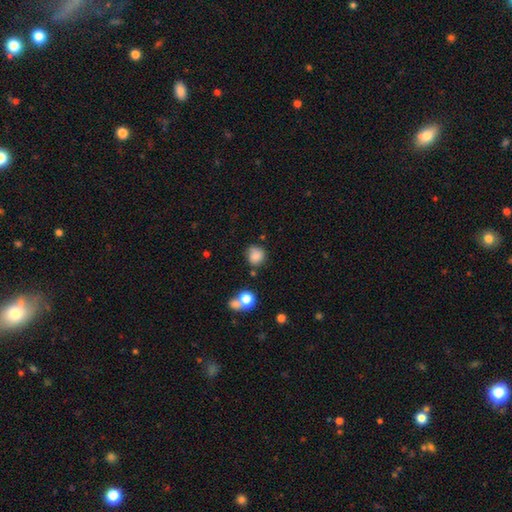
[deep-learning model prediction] The model was most divided on "merging": none: 68%, minor disturbance: 20%, merger: 7%, major disturbance: 6%. More confident: how rounded — round (83%); smooth or featured — smooth (80%).